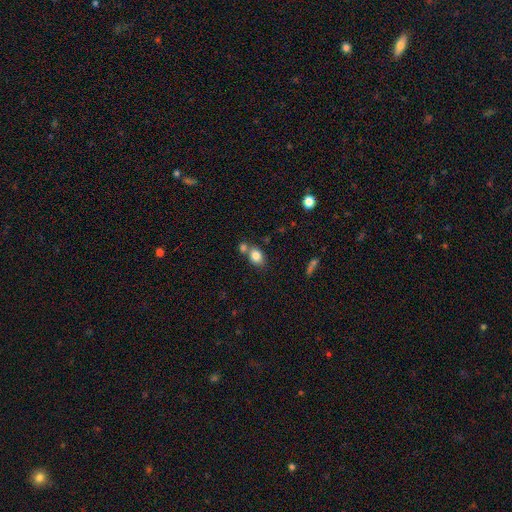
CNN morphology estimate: Q: Smooth or featured?
A: smooth (82%); runner-up: star or artifact (9%)
Q: How rounded?
A: in between (67%); runner-up: round (31%)
Q: Merging?
A: none (52%); runner-up: merger (33%)